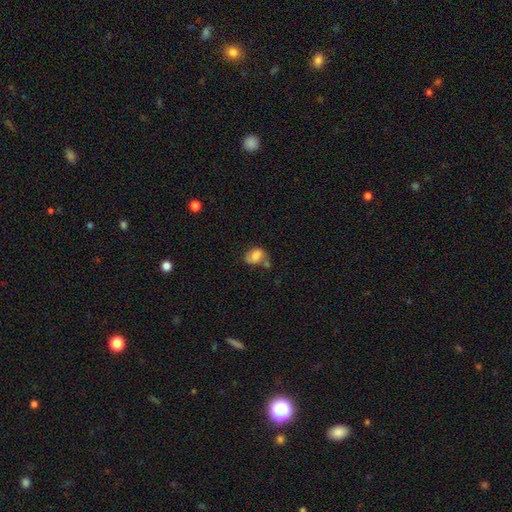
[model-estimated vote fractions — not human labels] smooth 73%, featured or disk 18%, star or artifact 10%. Down the decision tree: how rounded — in between (71%); merging — none (38%).